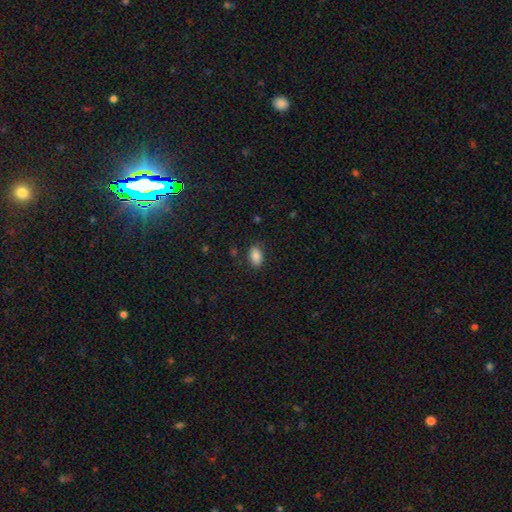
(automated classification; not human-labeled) Overall: smooth (86%). How rounded: in between (90%). Merging: none (84%).